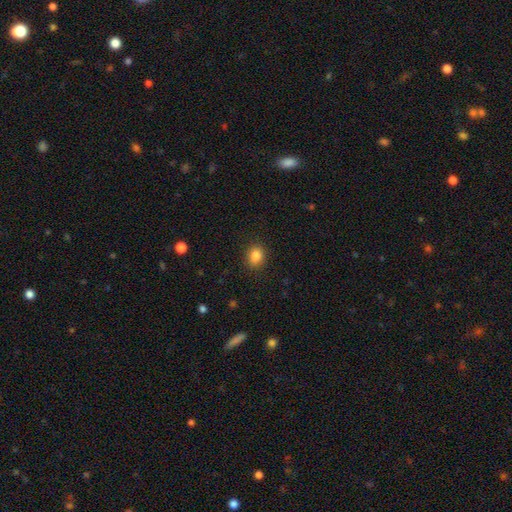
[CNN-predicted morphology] This is clearly a smooth galaxy (85%). How rounded: possibly round (55%). Merging: clearly none (88%).